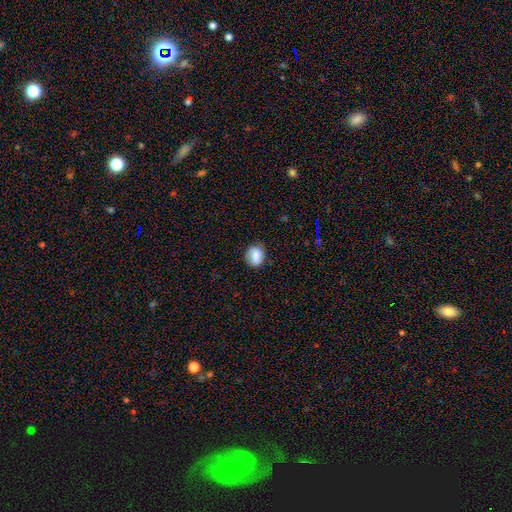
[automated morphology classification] A smooth galaxy with no disk features (77%) that is round (60%).

Vote fractions:
- Smooth or featured? smooth: 77% / featured or disk: 14% / star or artifact: 9%
- How rounded? round: 60% / in between: 39% / cigar-shaped: 1%
- Merging? none: 79% / minor disturbance: 16% / major disturbance: 4% / merger: 1%